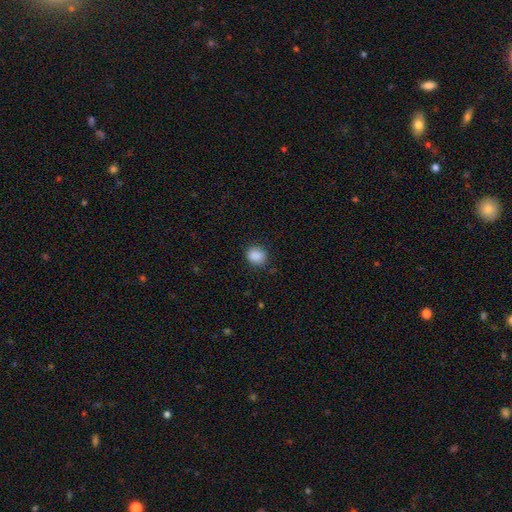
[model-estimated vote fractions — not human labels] Smooth or featured: smooth — 88% (star or artifact — 9%)
How rounded: round — 68% (in between — 31%)
Merging: none — 82% (minor disturbance — 14%)